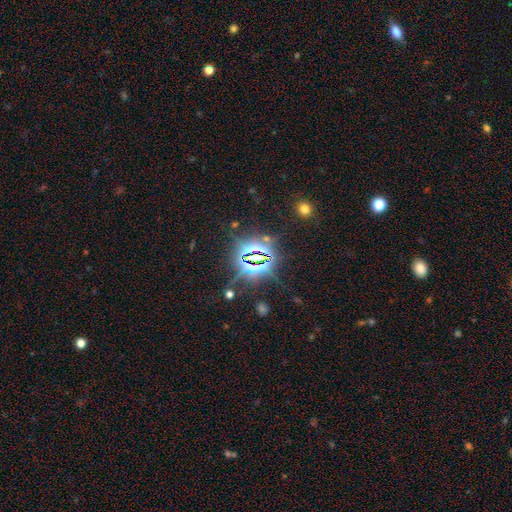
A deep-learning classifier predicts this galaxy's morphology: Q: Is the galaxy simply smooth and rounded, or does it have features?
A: star or artifact — 82%.